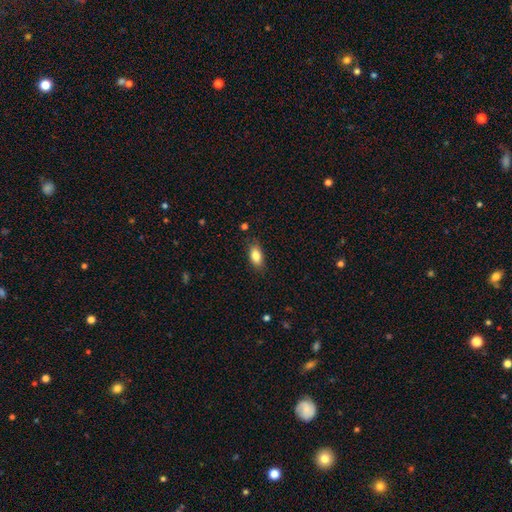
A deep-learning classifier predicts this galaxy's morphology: A smooth galaxy with no disk features (83%) that is in between round and cigar-shaped (87%). Merging: none (83%).